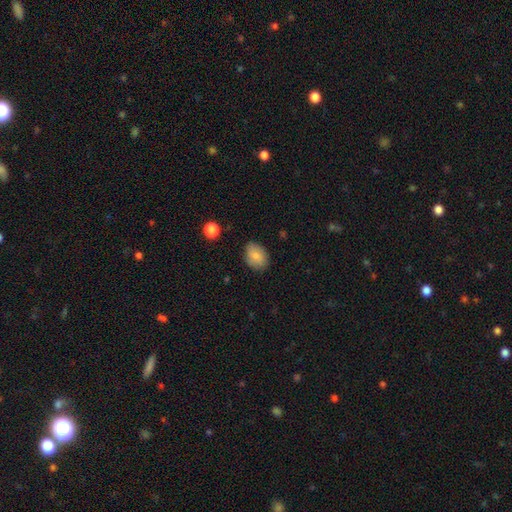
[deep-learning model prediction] Overall: smooth (82%). How rounded: in between (75%). Merging: none (80%).